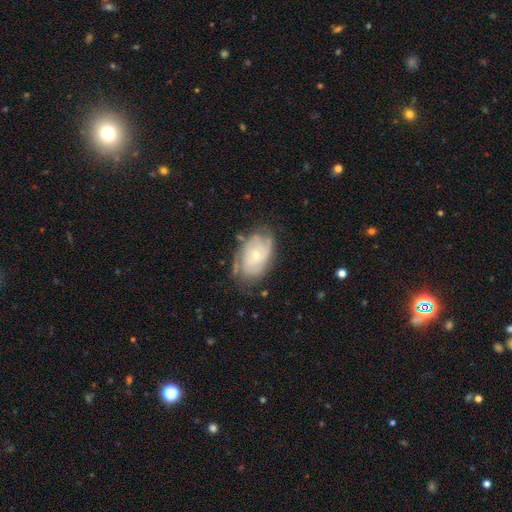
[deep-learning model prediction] This appears to be a featured or disk galaxy (72%) with no bar (74%), tight (65%) spiral arms (87%) and a small central bulge (66%). Merging: none (66%).